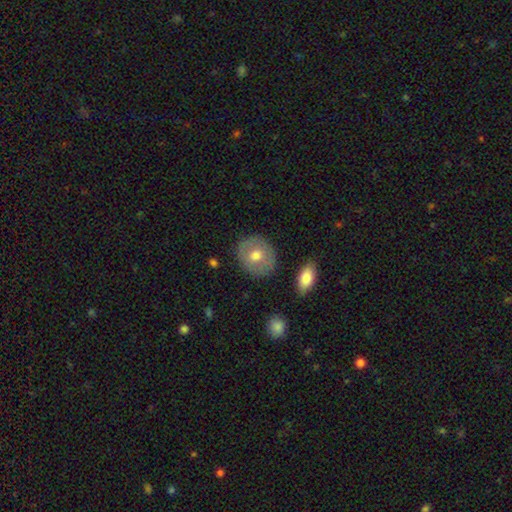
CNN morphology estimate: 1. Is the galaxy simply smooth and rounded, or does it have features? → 63% smooth, 31% featured or disk, 7% star or artifact.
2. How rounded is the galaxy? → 76% round, 23% in between, 1% cigar-shaped.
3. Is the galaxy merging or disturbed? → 83% none, 12% minor disturbance, 3% major disturbance, 2% merger.